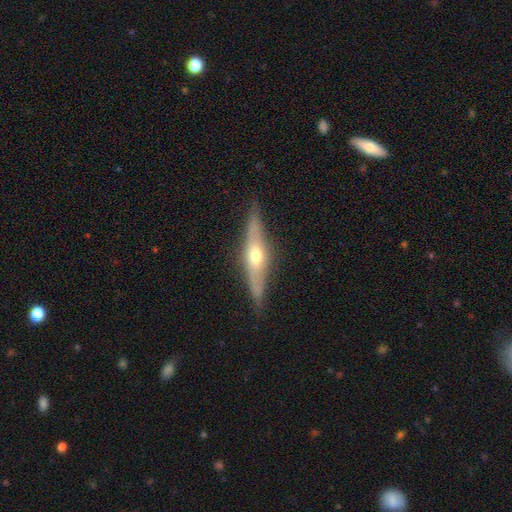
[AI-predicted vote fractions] Morphology: type=featured or disk (78%); edge-on=yes (95%); edge-on bulge=rounded (90%); merging=none (86%).